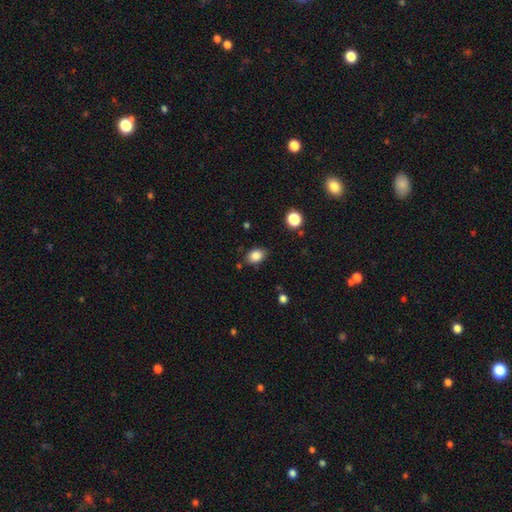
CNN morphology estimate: Smooth or featured? Predicted: smooth (p=0.85). How rounded? Predicted: in between (p=0.72). Merging? Predicted: none (p=0.81).